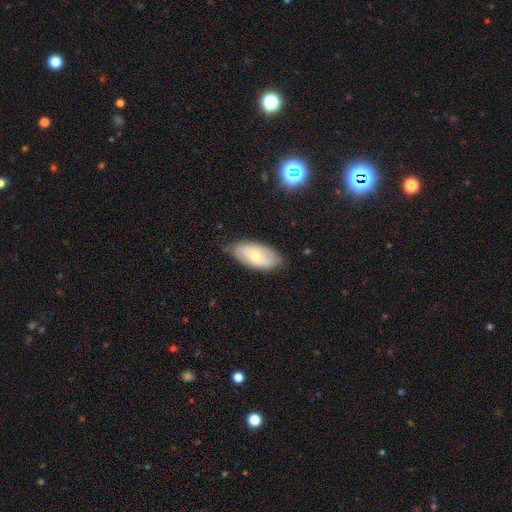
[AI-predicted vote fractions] Smooth or featured: smooth — 54% (featured or disk — 40%)
How rounded: in between — 93% (cigar-shaped — 4%)
Merging: none — 75% (minor disturbance — 20%)